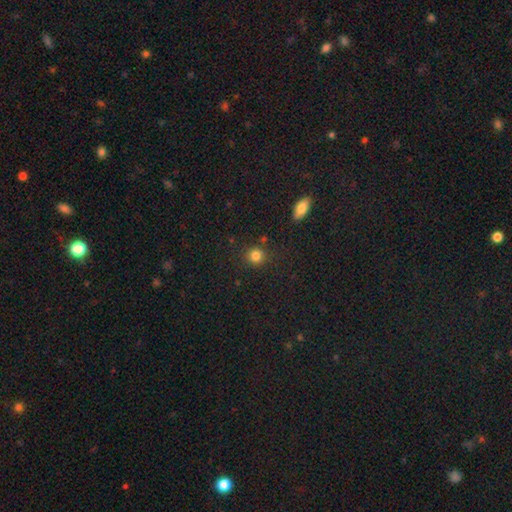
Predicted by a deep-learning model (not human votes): Smooth or featured: smooth — 83% (star or artifact — 12%)
How rounded: round — 90% (in between — 9%)
Merging: none — 84% (minor disturbance — 9%)